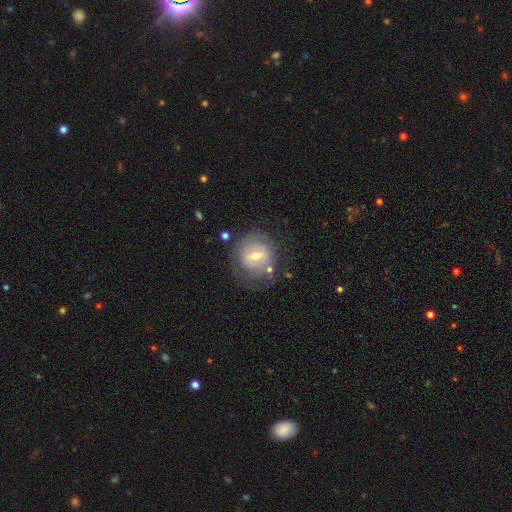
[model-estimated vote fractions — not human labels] Smooth or featured? Predicted: featured or disk (p=0.49). Merging? Predicted: none (p=0.65).